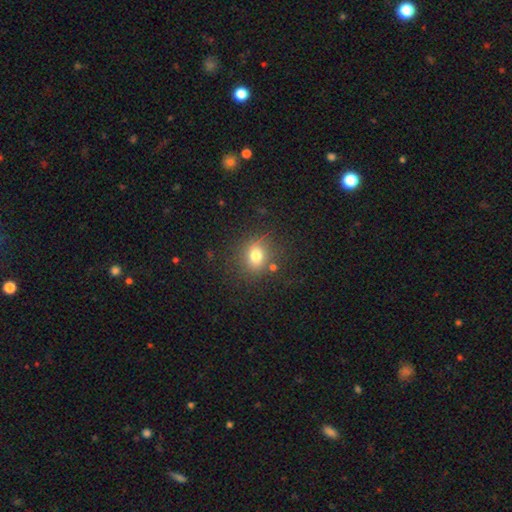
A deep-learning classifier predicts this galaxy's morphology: smooth-or-featured: smooth: 74% | star or artifact: 16% | featured or disk: 9%
  how-rounded: round: 74% | in between: 25% | cigar-shaped: 1%
  merging: none: 79% | minor disturbance: 12% | merger: 5% | major disturbance: 4%